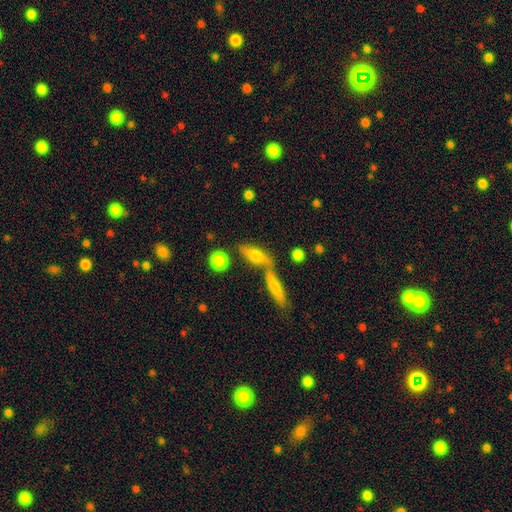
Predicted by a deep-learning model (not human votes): smooth_or_featured: smooth (p=0.61) [alt: featured or disk p=0.30]
how_rounded: in between (p=0.47) [alt: cigar-shaped p=0.46]
merging: none (p=0.52) [alt: merger p=0.31]